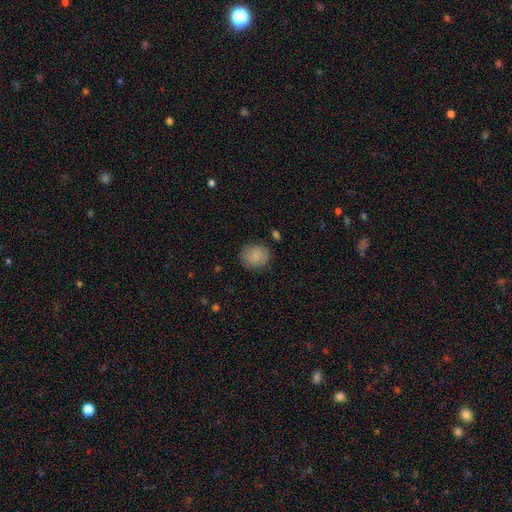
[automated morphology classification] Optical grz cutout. It shows a smooth galaxy with no disk features (86%) that is round (80%). Merging: none (82%).